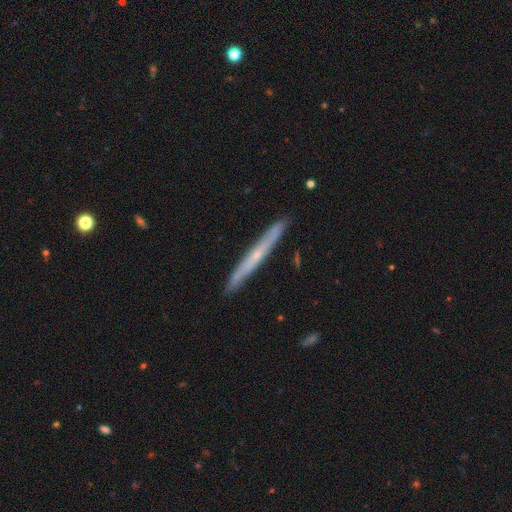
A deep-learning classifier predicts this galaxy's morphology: Smooth or featured?
  - featured or disk: 61% *
  - smooth: 33%
  - star or artifact: 6%
Edge-on disk?
  - yes: 94% *
  - no: 6%
Edge-on bulge?
  - none: 55% *
  - rounded: 42%
  - boxy: 3%
Merging?
  - none: 89% *
  - minor disturbance: 8%
  - major disturbance: 1%
  - merger: 1%